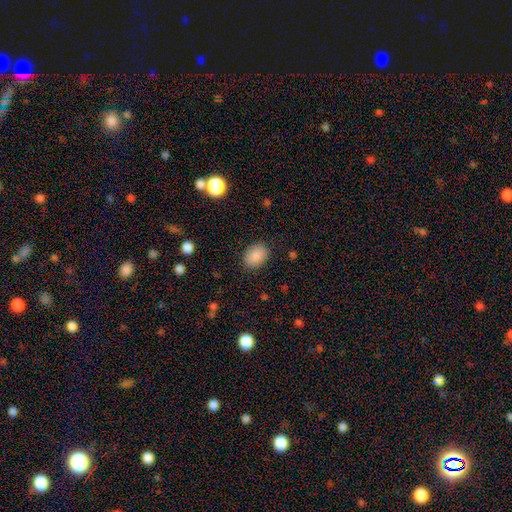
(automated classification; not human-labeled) This is clearly a smooth galaxy (88%). How rounded: likely in between (67%). Merging: clearly none (86%).